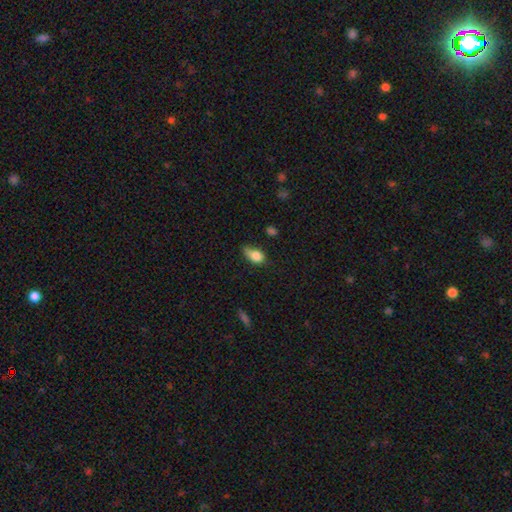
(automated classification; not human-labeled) Q: Smooth or featured?
A: smooth (81%); runner-up: featured or disk (10%)
Q: How rounded?
A: in between (79%); runner-up: round (17%)
Q: Merging?
A: minor disturbance (43%); runner-up: none (36%)